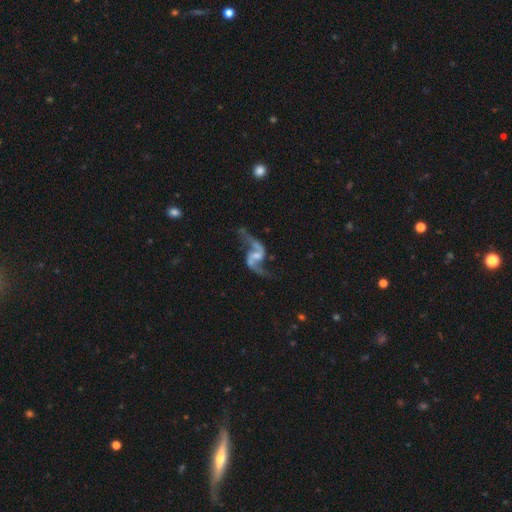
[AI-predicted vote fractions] A featured or disk galaxy (90%) with a weak bar (50%), 2 (94%) loose (84%) spiral arms (96%) and a small central bulge (40%).

Vote fractions:
- Smooth or featured? featured or disk: 90% / star or artifact: 5% / smooth: 5%
- Edge-on disk? no: 97% / yes: 3%
- Bar? weak: 50% / no: 27% / strong: 22%
- Spiral arms? yes: 96% / no: 4%
- Spiral winding? loose: 84% / medium: 13% / tight: 3%
- Spiral arm count? 2: 94% / 1: 2% / can't tell: 1% / 3: 1% / 4: 1% / more than 4: 1%
- Bulge size? small: 40% / none: 29% / moderate: 25% / large: 4% / dominant: 1%
- Merging? none: 65% / minor disturbance: 16% / major disturbance: 14% / merger: 6%